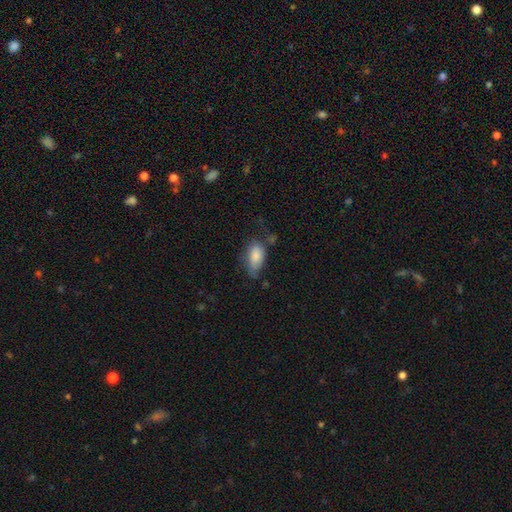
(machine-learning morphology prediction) Smooth or featured?
  - smooth: 79% *
  - featured or disk: 14%
  - star or artifact: 7%
How rounded?
  - in between: 91% *
  - cigar-shaped: 6%
  - round: 3%
Merging?
  - none: 45% *
  - minor disturbance: 36%
  - major disturbance: 14%
  - merger: 5%